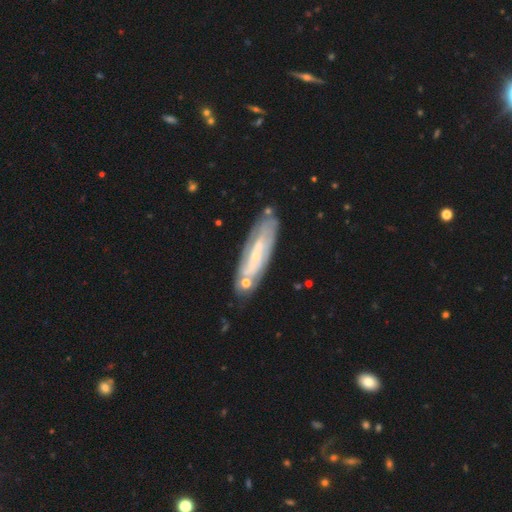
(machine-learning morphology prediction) Smooth or featured? Predicted: featured or disk (p=0.68). Edge-on disk? Predicted: no (p=0.72). Merging? Predicted: none (p=0.73).